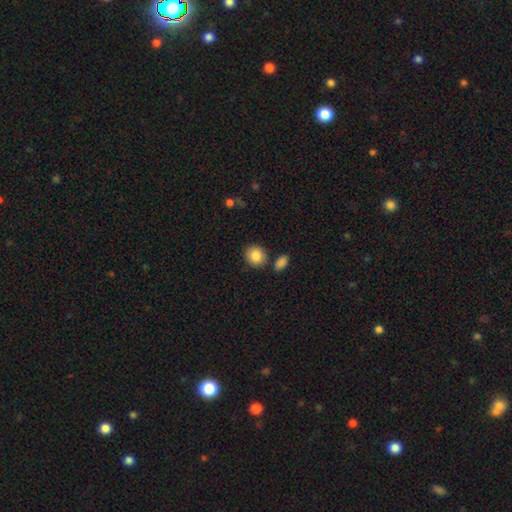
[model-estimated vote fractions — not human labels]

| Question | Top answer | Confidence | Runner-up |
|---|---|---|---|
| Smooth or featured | smooth | 87% | star or artifact (7%) |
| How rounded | round | 78% | in between (21%) |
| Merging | none | 81% | minor disturbance (9%) |